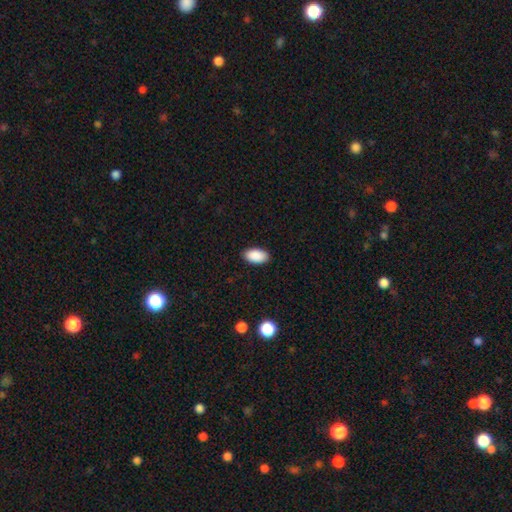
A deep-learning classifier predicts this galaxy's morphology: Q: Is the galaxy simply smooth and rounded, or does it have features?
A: smooth — 90%.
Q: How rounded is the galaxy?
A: in between — 95%.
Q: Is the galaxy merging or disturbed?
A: none — 89%.